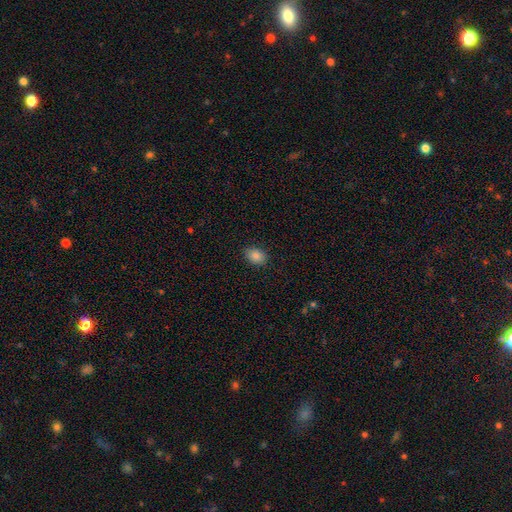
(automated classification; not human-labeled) Morphology: type=smooth (85%); roundness=in between (74%); merging=none (88%).